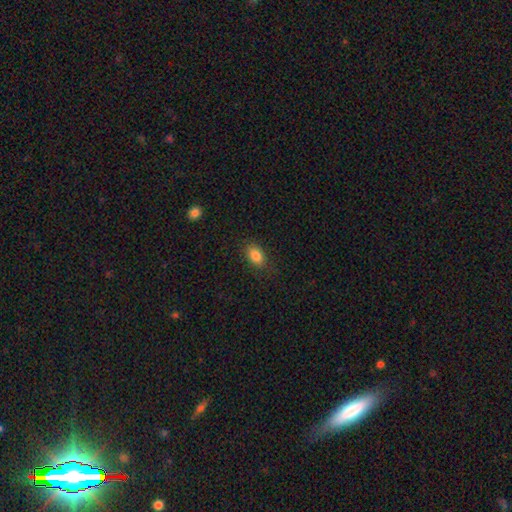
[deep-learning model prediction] smooth-or-featured: smooth: 84% | star or artifact: 9% | featured or disk: 7%
  how-rounded: in between: 84% | round: 15% | cigar-shaped: 2%
  merging: none: 84% | minor disturbance: 12% | major disturbance: 3% | merger: 1%